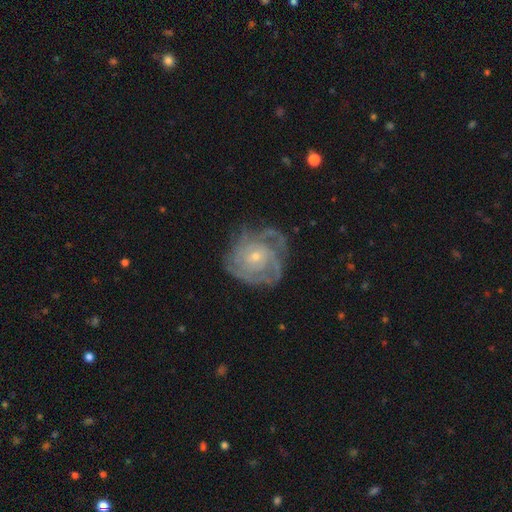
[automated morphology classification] smooth-or-featured: featured or disk: 82% | smooth: 10% | star or artifact: 7%
  disk-edge-on: no: 97% | yes: 3%
    bar: no: 76% | weak: 20% | strong: 4%
    has-spiral-arms: yes: 92% | no: 8%
      spiral-winding: tight: 70% | medium: 24% | loose: 6%
      spiral-arm-count: can't tell: 39% | 3: 19% | 4: 16% | 2: 13% | more than 4: 7% | 1: 6%
    bulge-size: small: 72% | moderate: 24% | none: 2% | large: 1% | dominant: 1%
  merging: none: 67% | minor disturbance: 21% | major disturbance: 11% | merger: 2%